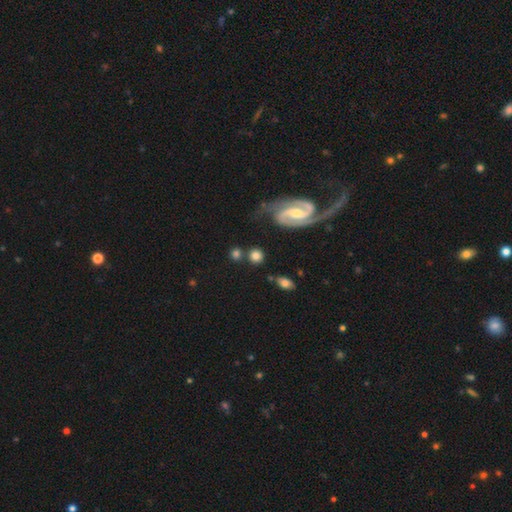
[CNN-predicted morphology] Smooth or featured?
  - smooth: 66% *
  - featured or disk: 25%
  - star or artifact: 9%
How rounded?
  - round: 89% *
  - in between: 9%
  - cigar-shaped: 2%
Merging?
  - none: 75% *
  - minor disturbance: 11%
  - merger: 9%
  - major disturbance: 5%